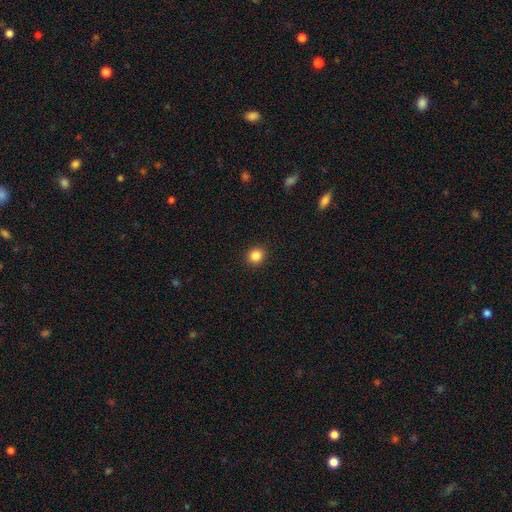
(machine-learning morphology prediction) smooth-or-featured: smooth: 86% | star or artifact: 11% | featured or disk: 3%
  how-rounded: round: 89% | in between: 10% | cigar-shaped: 1%
  merging: none: 92% | minor disturbance: 5% | major disturbance: 2% | merger: 1%